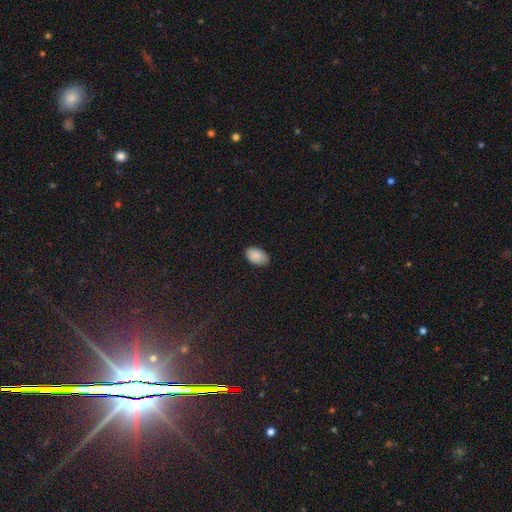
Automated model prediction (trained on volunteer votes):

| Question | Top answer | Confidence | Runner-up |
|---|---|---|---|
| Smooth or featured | smooth | 90% | star or artifact (7%) |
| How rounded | in between | 91% | round (7%) |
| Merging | none | 83% | minor disturbance (14%) |